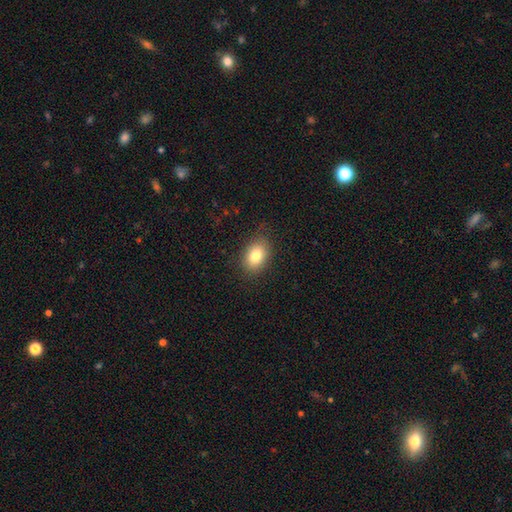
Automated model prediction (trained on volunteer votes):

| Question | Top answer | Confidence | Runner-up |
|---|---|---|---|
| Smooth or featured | smooth | 81% | featured or disk (10%) |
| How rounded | in between | 80% | round (19%) |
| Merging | none | 83% | minor disturbance (12%) |